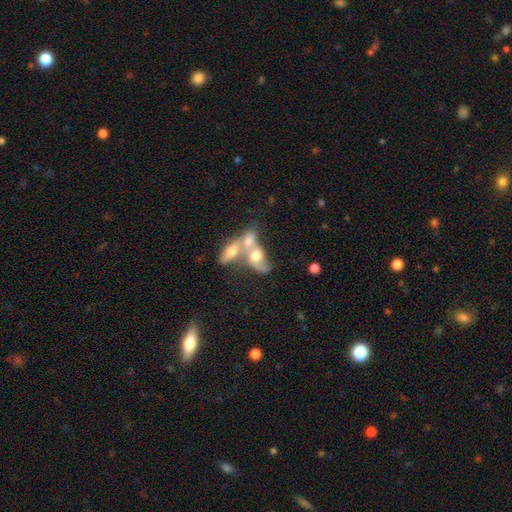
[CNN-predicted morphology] Smooth or featured: smooth — 45% (tied with featured or disk — 45%)
Merging: merger — 78% (none — 10%)